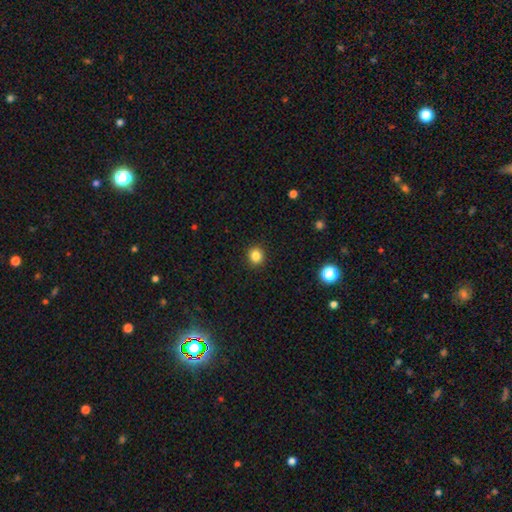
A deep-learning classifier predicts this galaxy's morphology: The model was most divided on "smooth or featured": smooth: 84%, star or artifact: 12%, featured or disk: 5%. More confident: merging — none (92%); how rounded — round (89%).